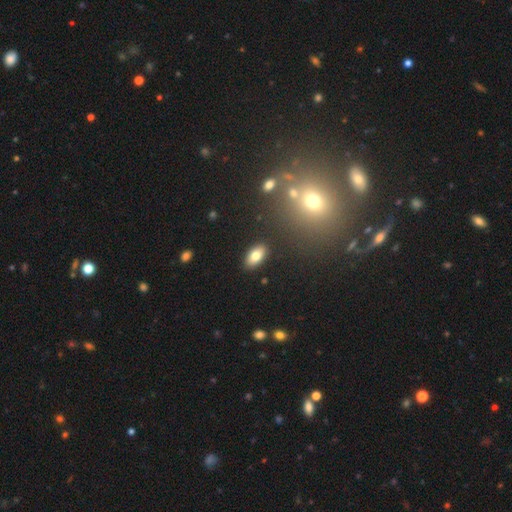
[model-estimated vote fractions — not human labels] A smooth galaxy with no disk features (79%) that is in between round and cigar-shaped (92%).

Vote fractions:
- Smooth or featured? smooth: 79% / featured or disk: 12% / star or artifact: 9%
- How rounded? in between: 92% / cigar-shaped: 4% / round: 4%
- Merging? none: 89% / minor disturbance: 8% / major disturbance: 2% / merger: 2%